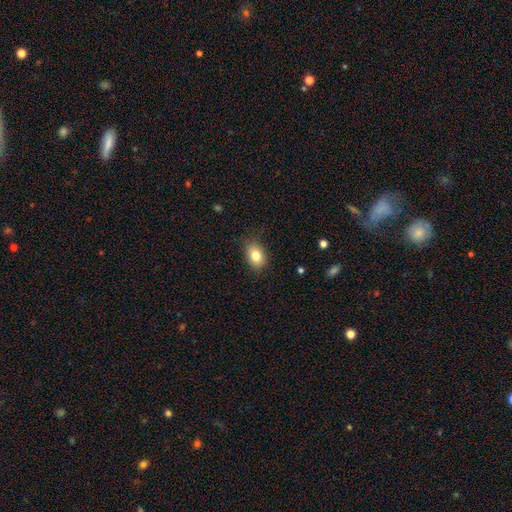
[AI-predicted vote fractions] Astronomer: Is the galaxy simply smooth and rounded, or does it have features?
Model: smooth — 82%.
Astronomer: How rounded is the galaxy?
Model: in between — 78%.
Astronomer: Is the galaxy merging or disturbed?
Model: none — 84%.